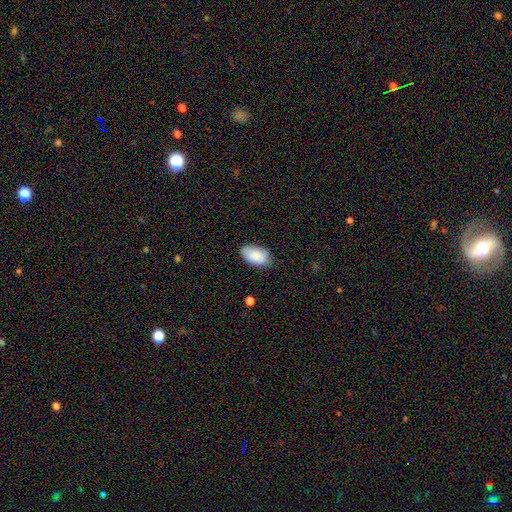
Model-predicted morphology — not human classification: smooth 86%, featured or disk 7%, star or artifact 6%. Down the decision tree: how rounded — in between (94%); merging — none (78%).